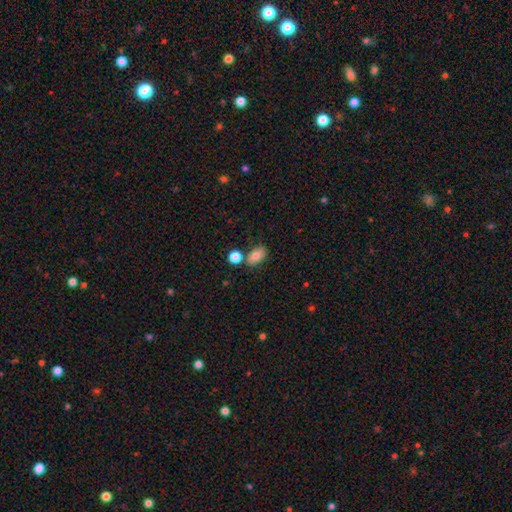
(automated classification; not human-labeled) smooth-or-featured: smooth: 80% | featured or disk: 10% | star or artifact: 9%
  how-rounded: in between: 86% | round: 12% | cigar-shaped: 2%
  merging: none: 69% | merger: 15% | minor disturbance: 13% | major disturbance: 3%